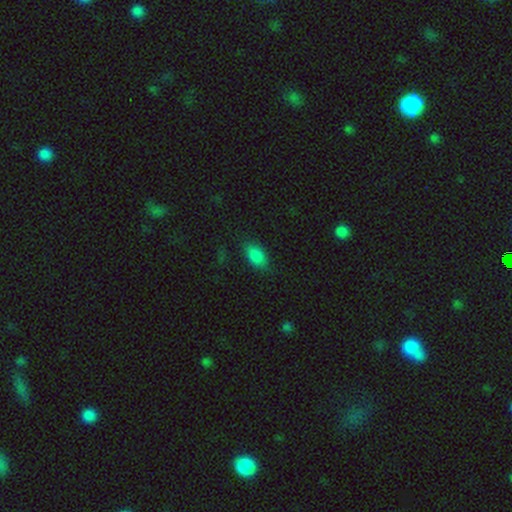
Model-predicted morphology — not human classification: Q: Smooth or featured?
A: smooth (85%); runner-up: star or artifact (10%)
Q: How rounded?
A: in between (91%); runner-up: round (6%)
Q: Merging?
A: none (80%); runner-up: minor disturbance (15%)